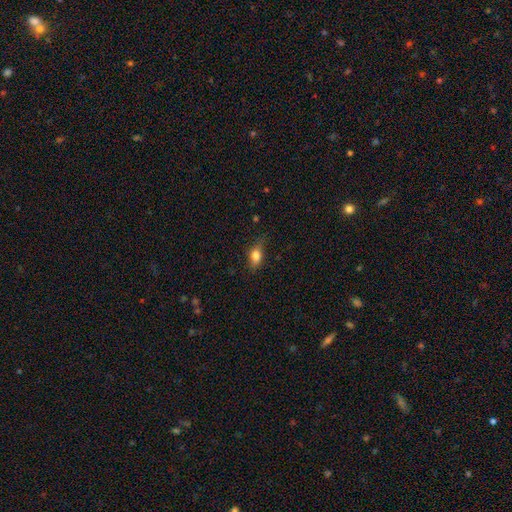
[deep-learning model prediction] A smooth galaxy with no disk features (79%) that is in between round and cigar-shaped (76%).

Vote fractions:
- Smooth or featured? smooth: 79% / featured or disk: 12% / star or artifact: 9%
- How rounded? in between: 76% / round: 16% / cigar-shaped: 8%
- Merging? none: 69% / minor disturbance: 24% / major disturbance: 6% / merger: 1%